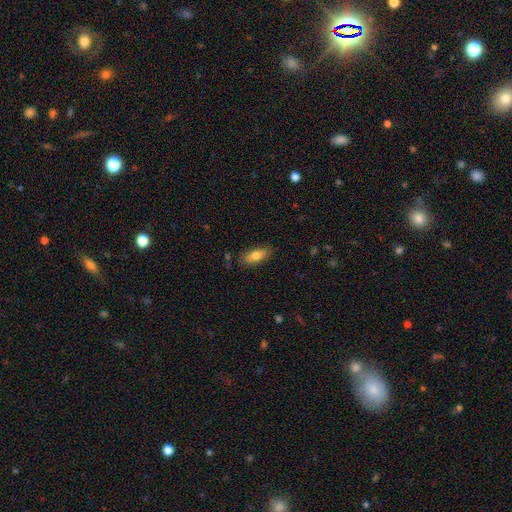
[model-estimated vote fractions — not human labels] A smooth galaxy with no disk features (77%) that is in between round and cigar-shaped (80%). Merging: none (82%).